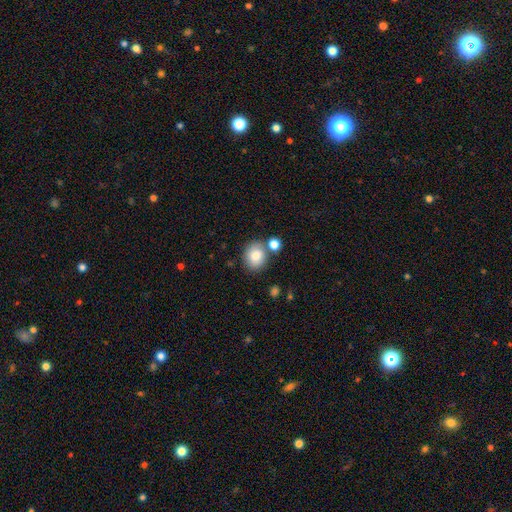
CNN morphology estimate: smooth 80%, featured or disk 10%, star or artifact 9%. Down the decision tree: how rounded — round (70%); merging — none (66%).